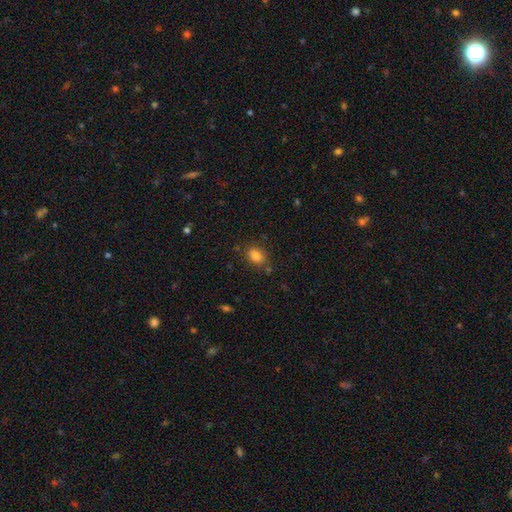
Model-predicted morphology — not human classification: Q: Smooth or featured?
A: smooth (83%); runner-up: star or artifact (10%)
Q: How rounded?
A: in between (75%); runner-up: round (24%)
Q: Merging?
A: none (79%); runner-up: minor disturbance (13%)